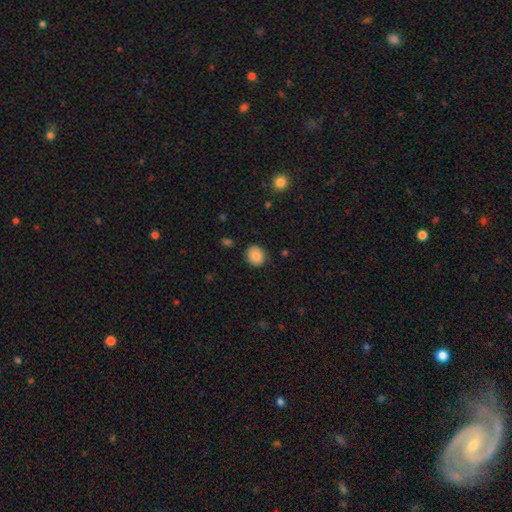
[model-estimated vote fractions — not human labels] Q: Smooth or featured?
A: smooth (87%); runner-up: star or artifact (8%)
Q: How rounded?
A: round (78%); runner-up: in between (21%)
Q: Merging?
A: none (85%); runner-up: minor disturbance (11%)